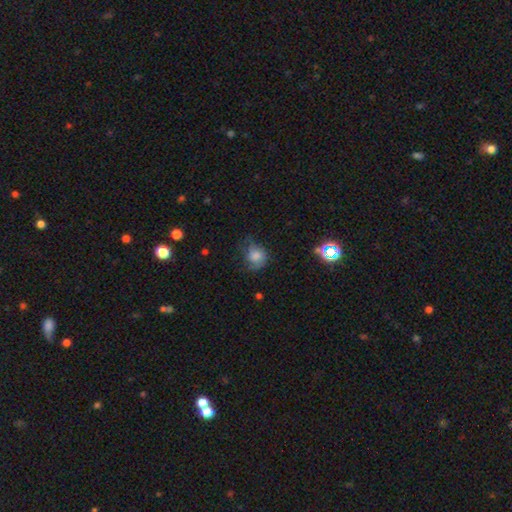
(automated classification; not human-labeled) Q: Smooth or featured?
A: smooth (66%); runner-up: featured or disk (21%)
Q: How rounded?
A: round (66%); runner-up: in between (33%)
Q: Merging?
A: none (46%); runner-up: minor disturbance (31%)